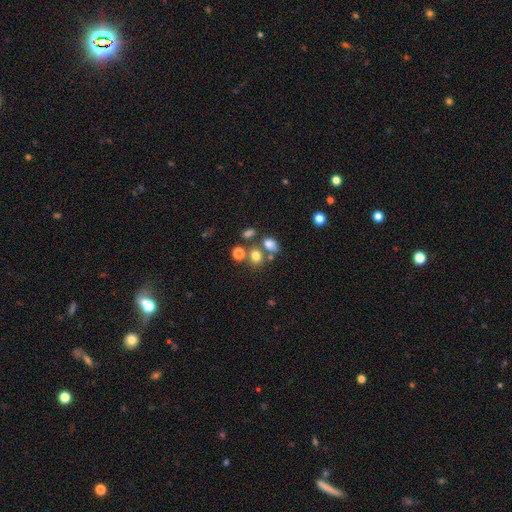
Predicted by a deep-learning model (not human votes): Smooth or featured? Predicted: smooth (p=0.73). How rounded? Predicted: round (p=0.60). Merging? Predicted: none (p=0.53).